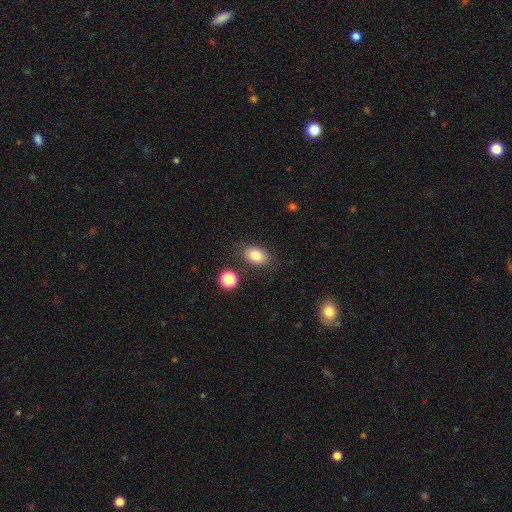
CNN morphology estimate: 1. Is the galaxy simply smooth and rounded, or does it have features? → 82% smooth, 9% star or artifact, 9% featured or disk.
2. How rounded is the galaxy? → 84% in between, 15% round, 1% cigar-shaped.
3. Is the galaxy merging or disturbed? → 82% none, 11% minor disturbance, 4% merger, 3% major disturbance.